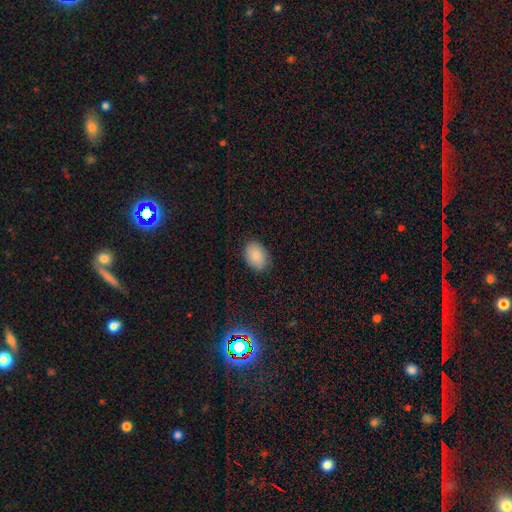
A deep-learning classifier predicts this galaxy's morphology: type=smooth (87%); roundness=in between (81%); merging=none (86%).